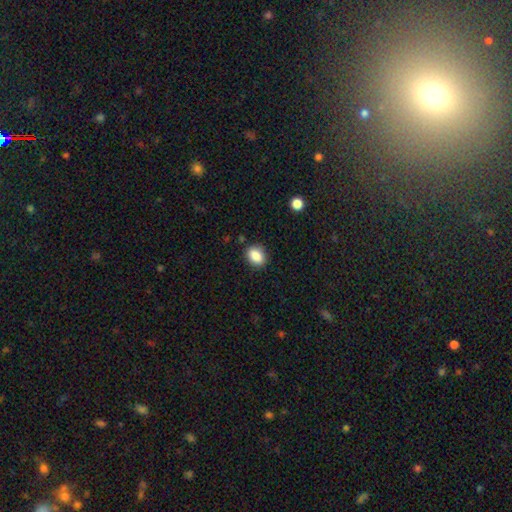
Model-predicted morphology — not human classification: Overall: smooth (87%). How rounded: in between (69%; round 30%). Merging: none (85%).